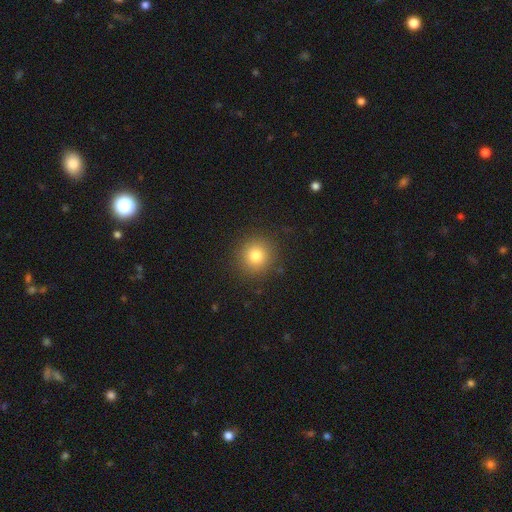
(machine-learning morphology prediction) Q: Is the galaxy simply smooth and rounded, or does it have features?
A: smooth — 80%.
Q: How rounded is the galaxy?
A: round — 93%.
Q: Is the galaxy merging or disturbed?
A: none — 89%.